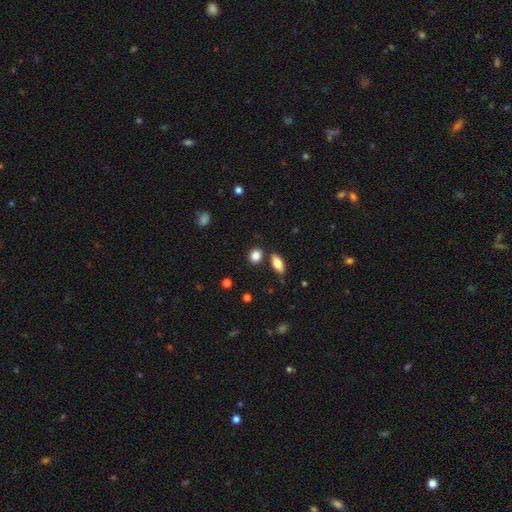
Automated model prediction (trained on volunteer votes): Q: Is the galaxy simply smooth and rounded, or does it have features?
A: smooth — 85%.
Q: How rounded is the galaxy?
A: in between — 53%.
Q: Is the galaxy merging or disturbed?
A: none — 77%.